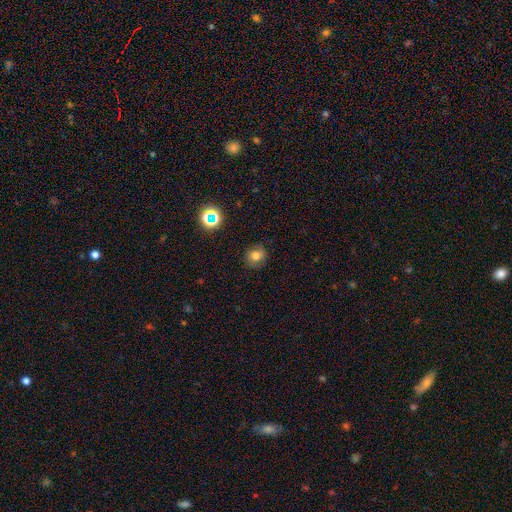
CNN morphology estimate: Q: Smooth or featured?
A: smooth (73%); runner-up: star or artifact (16%)
Q: How rounded?
A: round (77%); runner-up: in between (22%)
Q: Merging?
A: none (82%); runner-up: minor disturbance (13%)